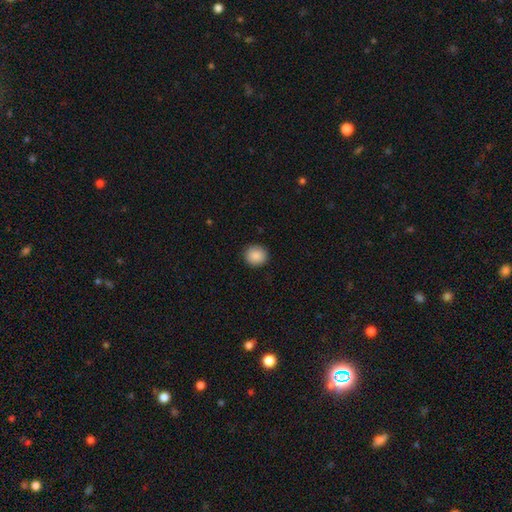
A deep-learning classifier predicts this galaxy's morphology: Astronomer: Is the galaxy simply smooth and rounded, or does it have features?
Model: smooth — 89%.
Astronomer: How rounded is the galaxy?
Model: round — 89%.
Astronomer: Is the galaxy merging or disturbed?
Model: none — 91%.